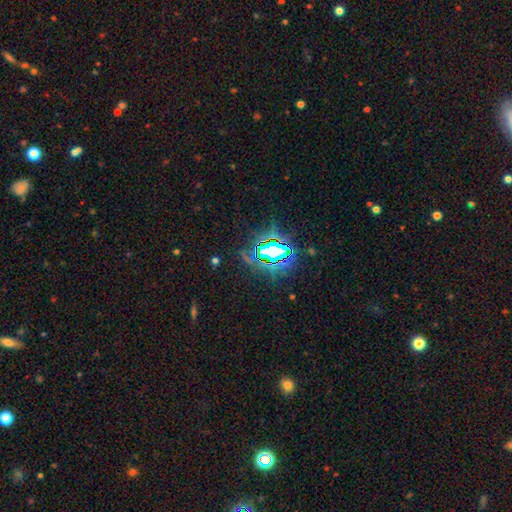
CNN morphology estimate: A star or artifact, not a galaxy (74%).

Vote fractions:
- Smooth or featured? star or artifact: 74% / smooth: 16% / featured or disk: 10%